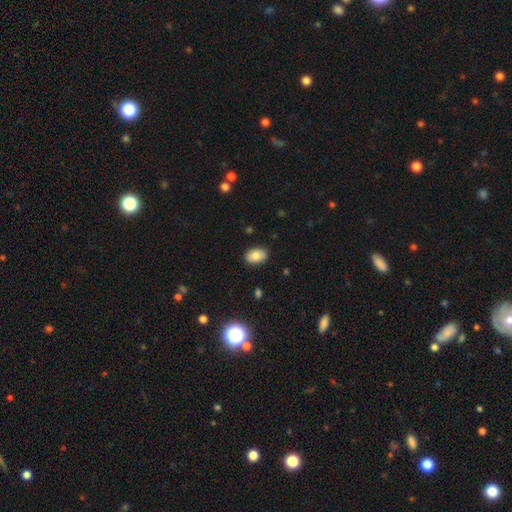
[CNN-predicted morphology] smooth 80%, featured or disk 11%, star or artifact 9%. Down the decision tree: how rounded — in between (87%); merging — none (86%).